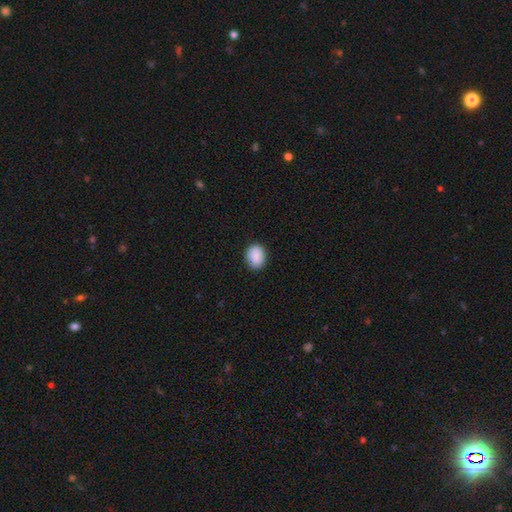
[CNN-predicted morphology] This appears to be a smooth galaxy with no disk features (88%) that is in between round and cigar-shaped (50%). Merging: none (81%).